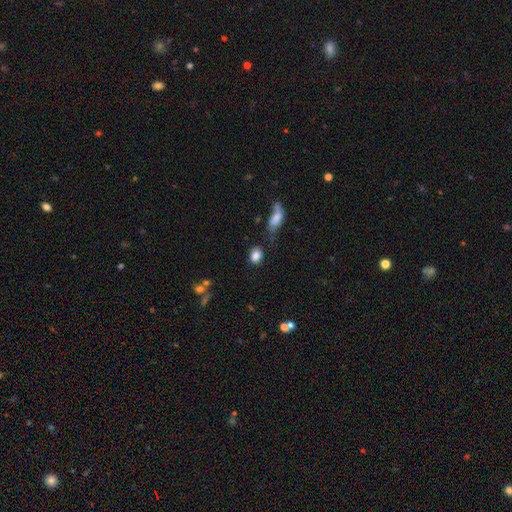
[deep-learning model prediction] Overall: smooth (84%). How rounded: in between (50%; round 48%). Merging: none (70%).